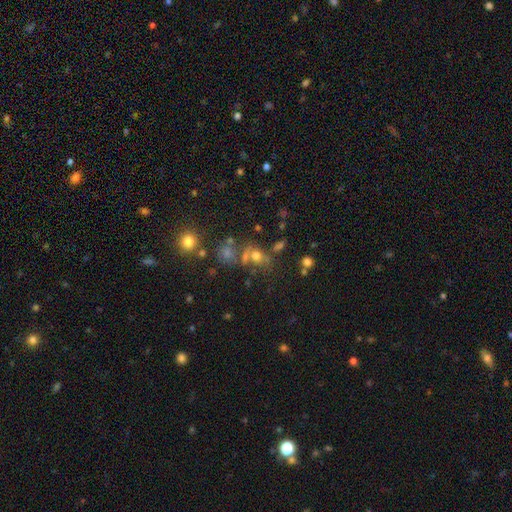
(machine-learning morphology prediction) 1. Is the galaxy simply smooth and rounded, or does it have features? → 42% smooth, 41% star or artifact, 16% featured or disk.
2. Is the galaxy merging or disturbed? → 48% none, 33% merger, 11% minor disturbance, 8% major disturbance.